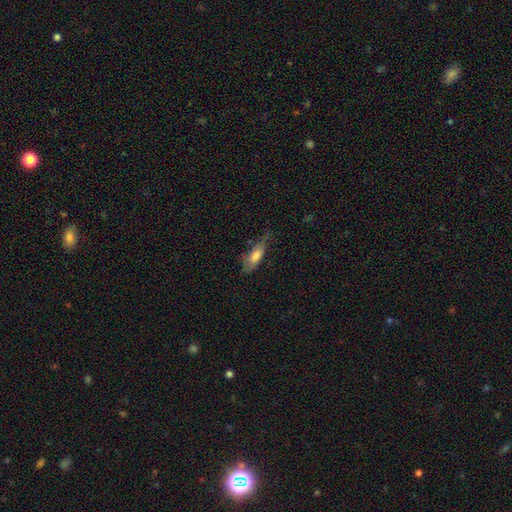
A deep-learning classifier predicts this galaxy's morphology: Smooth or featured?
  - smooth: 62% *
  - featured or disk: 30%
  - star or artifact: 8%
How rounded?
  - in between: 60% *
  - cigar-shaped: 37%
  - round: 3%
Merging?
  - none: 46% *
  - minor disturbance: 34%
  - major disturbance: 18%
  - merger: 3%